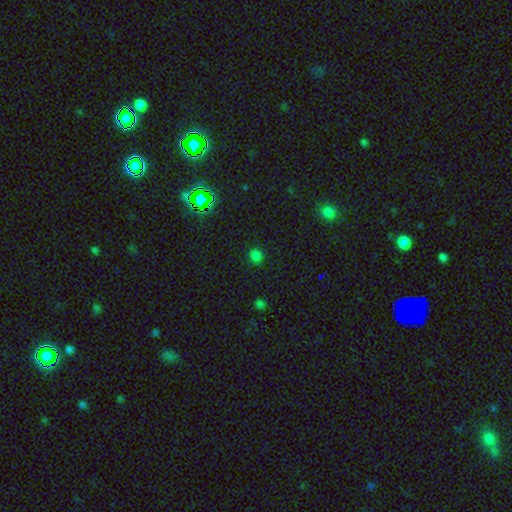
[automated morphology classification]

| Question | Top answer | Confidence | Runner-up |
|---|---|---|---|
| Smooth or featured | smooth | 73% | star or artifact (23%) |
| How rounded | round | 84% | in between (15%) |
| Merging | none | 88% | minor disturbance (8%) |